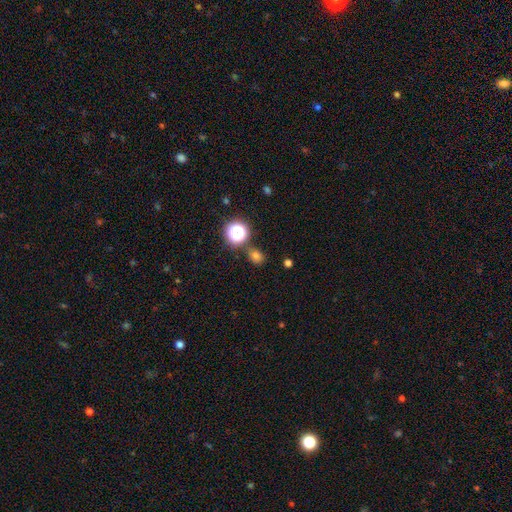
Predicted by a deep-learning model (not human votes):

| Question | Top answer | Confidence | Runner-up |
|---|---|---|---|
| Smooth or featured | smooth | 68% | star or artifact (26%) |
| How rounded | round | 69% | in between (30%) |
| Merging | none | 79% | minor disturbance (11%) |